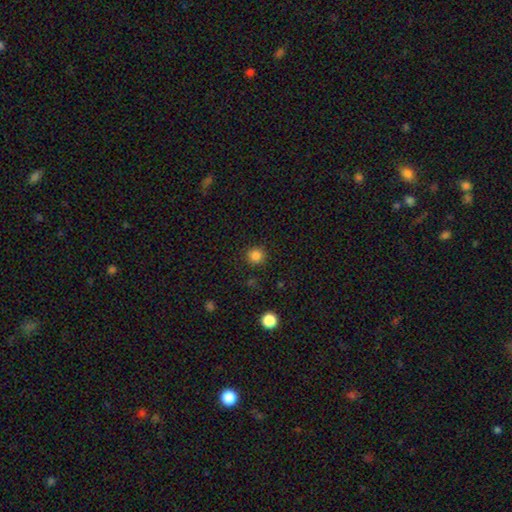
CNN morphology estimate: Q: Smooth or featured?
A: smooth (84%); runner-up: star or artifact (13%)
Q: How rounded?
A: round (94%); runner-up: in between (5%)
Q: Merging?
A: none (90%); runner-up: minor disturbance (6%)